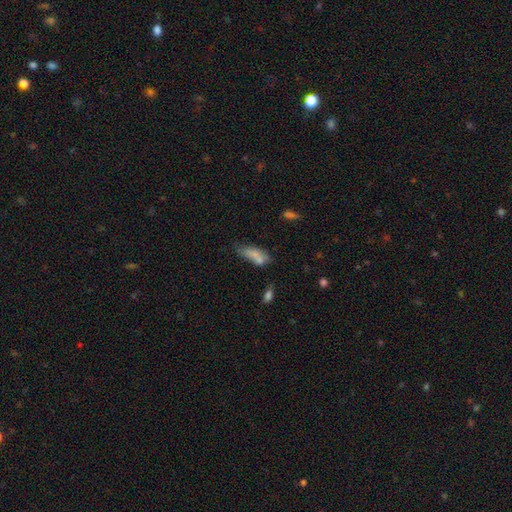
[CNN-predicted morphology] A smooth galaxy with no disk features (69%) that is in between round and cigar-shaped (66%).

Vote fractions:
- Smooth or featured? smooth: 69% / featured or disk: 21% / star or artifact: 10%
- How rounded? in between: 66% / cigar-shaped: 30% / round: 3%
- Merging? none: 34% / merger: 27% / minor disturbance: 25% / major disturbance: 14%